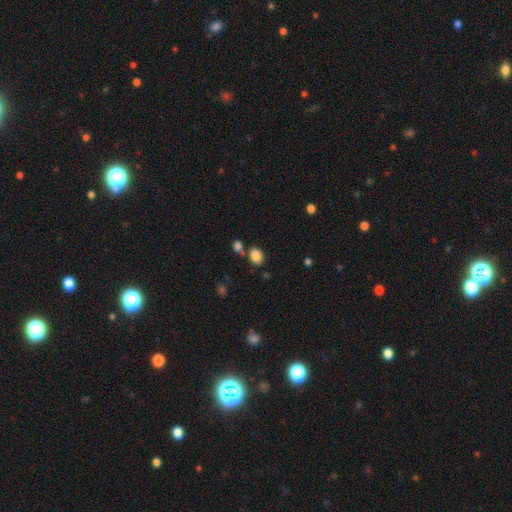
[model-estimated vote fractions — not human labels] A smooth galaxy with no disk features (85%) that is in between round and cigar-shaped (60%).

Vote fractions:
- Smooth or featured? smooth: 85% / star or artifact: 10% / featured or disk: 5%
- How rounded? in between: 60% / round: 39% / cigar-shaped: 1%
- Merging? none: 66% / merger: 18% / minor disturbance: 11% / major disturbance: 4%